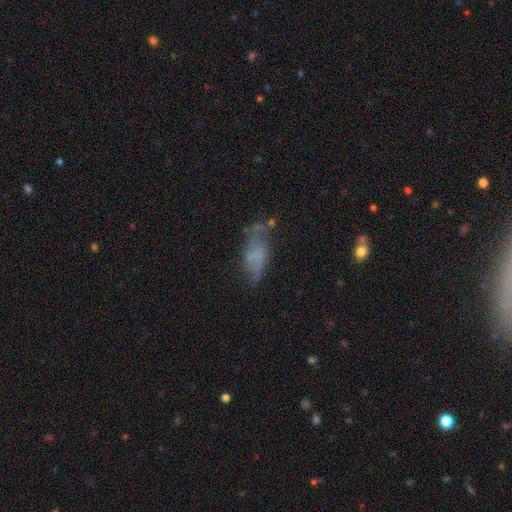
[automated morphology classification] Overall: smooth (46%; featured or disk 41%). Merging: none (41%; minor disturbance 28%).